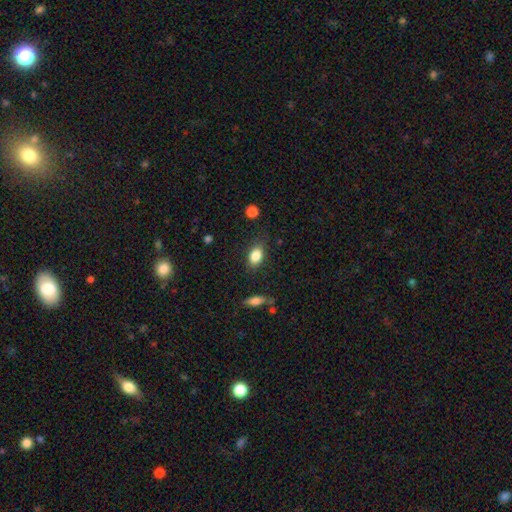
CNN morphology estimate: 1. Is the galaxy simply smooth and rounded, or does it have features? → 83% smooth, 8% star or artifact, 8% featured or disk.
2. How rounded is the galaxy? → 82% in between, 14% round, 3% cigar-shaped.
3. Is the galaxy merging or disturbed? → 77% none, 17% minor disturbance, 4% major disturbance, 2% merger.